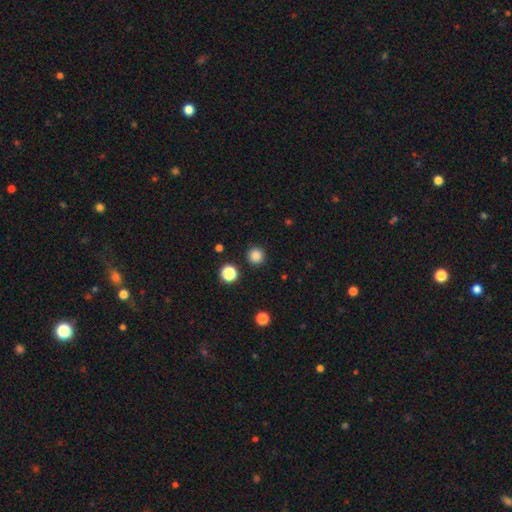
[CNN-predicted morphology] The model was most divided on "smooth or featured": smooth: 84%, star or artifact: 13%, featured or disk: 3%. More confident: how rounded — round (96%); merging — none (91%).